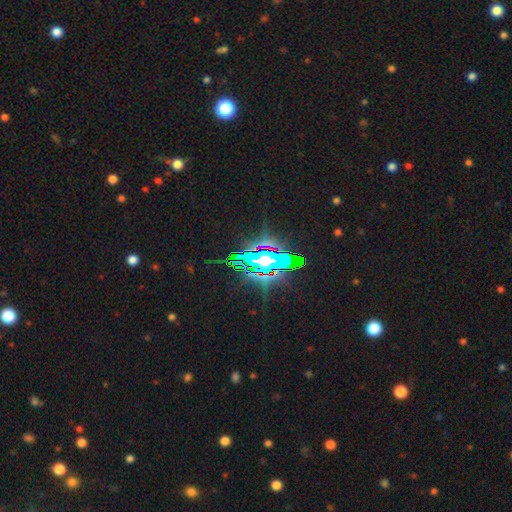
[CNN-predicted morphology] type=star or artifact (84%).